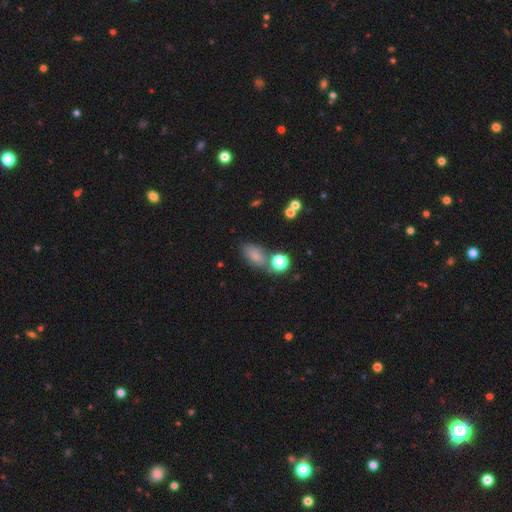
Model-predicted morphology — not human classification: Smooth or featured? Predicted: smooth (p=0.76). How rounded? Predicted: in between (p=0.84). Merging? Predicted: none (p=0.59).